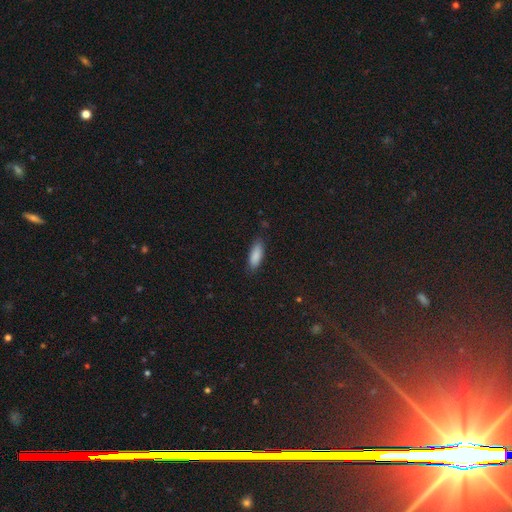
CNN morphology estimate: smooth 88%, star or artifact 6%, featured or disk 5%. Down the decision tree: how rounded — in between (68%); merging — none (84%).